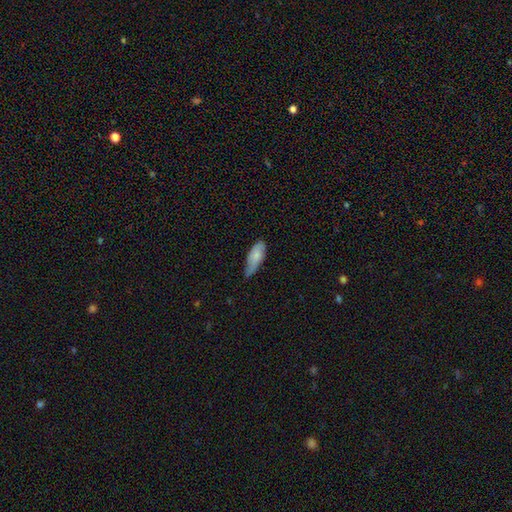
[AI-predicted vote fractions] Smooth or featured? smooth (74%)
How rounded? in between (79%)
Merging? minor disturbance (48%)